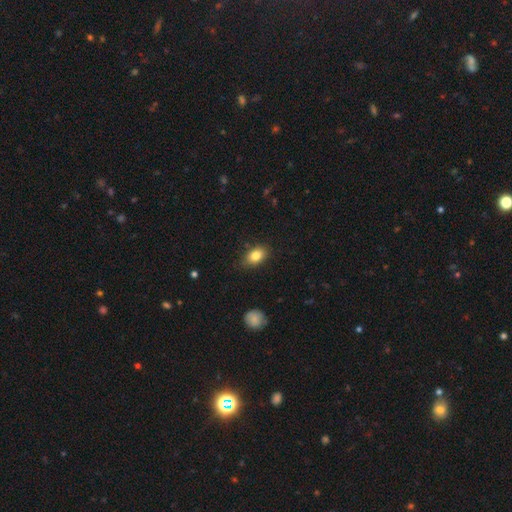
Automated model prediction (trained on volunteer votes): smooth_or_featured: smooth (p=0.83) [alt: featured or disk p=0.08]
how_rounded: in between (p=0.83) [alt: round p=0.15]
merging: none (p=0.80) [alt: minor disturbance p=0.16]